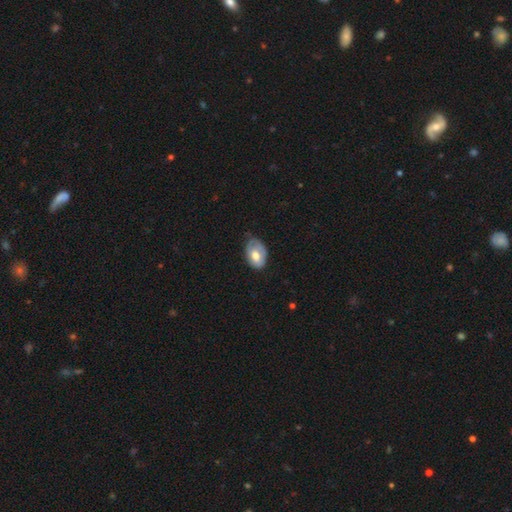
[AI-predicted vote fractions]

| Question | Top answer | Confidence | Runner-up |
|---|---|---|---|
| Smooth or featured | smooth | 58% | featured or disk (36%) |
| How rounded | in between | 85% | round (14%) |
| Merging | none | 49% | minor disturbance (38%) |